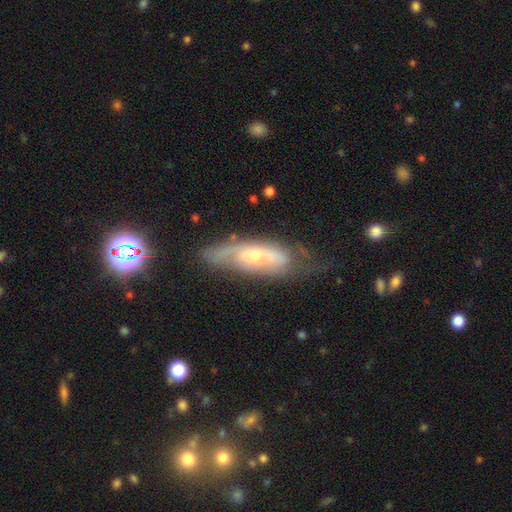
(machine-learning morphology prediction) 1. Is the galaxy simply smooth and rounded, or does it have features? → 67% featured or disk, 26% smooth, 8% star or artifact.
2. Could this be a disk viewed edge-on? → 77% no, 23% yes.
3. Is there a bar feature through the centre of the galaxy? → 71% no, 24% weak, 5% strong.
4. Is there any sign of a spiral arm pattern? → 74% yes, 26% no.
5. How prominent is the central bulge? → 52% small, 42% moderate, 3% large, 2% none, 1% dominant.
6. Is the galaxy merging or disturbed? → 50% none, 28% minor disturbance, 18% major disturbance, 4% merger.